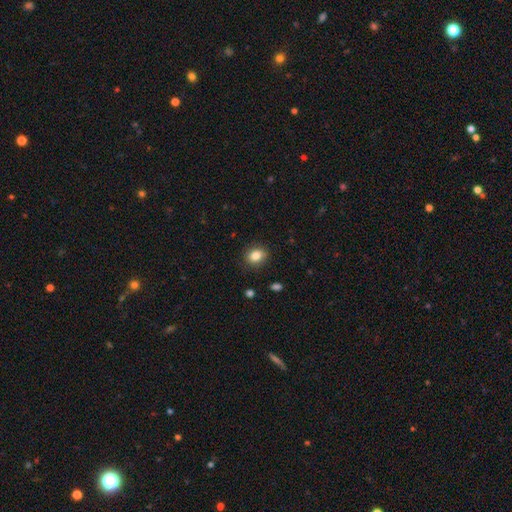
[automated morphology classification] Smooth or featured: smooth — 84% (star or artifact — 9%)
How rounded: round — 52% (in between — 47%)
Merging: none — 85% (minor disturbance — 11%)